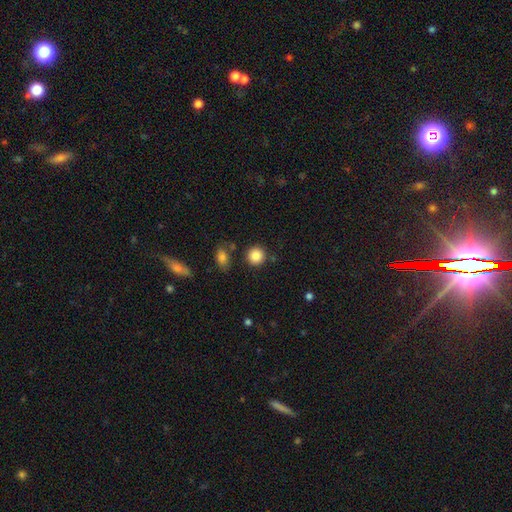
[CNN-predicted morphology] The model was most divided on "smooth or featured": smooth: 87%, star or artifact: 9%, featured or disk: 4%. More confident: how rounded — round (92%); merging — none (86%).